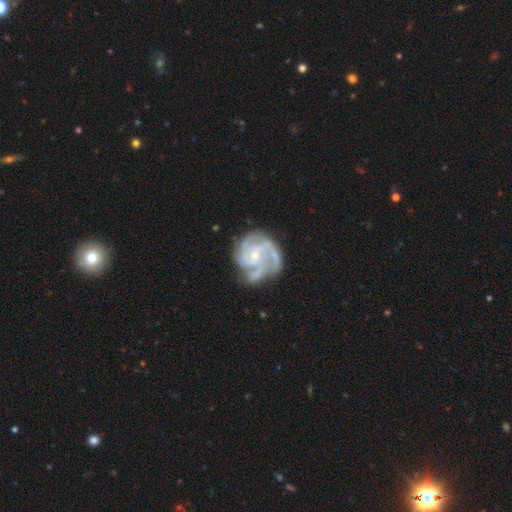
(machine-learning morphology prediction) Smooth or featured?
  - featured or disk: 88% *
  - smooth: 7%
  - star or artifact: 5%
Edge-on disk?
  - no: 98% *
  - yes: 2%
Bar?
  - no: 65% *
  - weak: 28%
  - strong: 7%
Spiral arms?
  - yes: 97% *
  - no: 3%
Spiral winding?
  - tight: 51% *
  - medium: 41%
  - loose: 8%
Spiral arm count?
  - 3: 51% *
  - 4: 19%
  - can't tell: 12%
  - 2: 10%
  - more than 4: 4%
  - 1: 4%
Bulge size?
  - small: 70% *
  - moderate: 26%
  - none: 2%
  - large: 1%
  - dominant: 1%
Merging?
  - none: 55% *
  - minor disturbance: 24%
  - major disturbance: 15%
  - merger: 6%